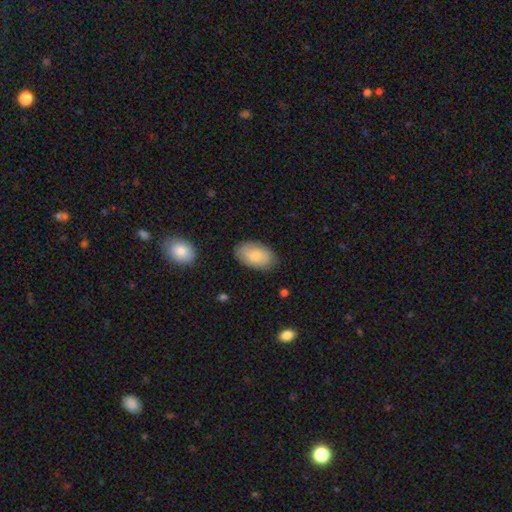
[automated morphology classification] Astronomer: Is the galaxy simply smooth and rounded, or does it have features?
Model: smooth — 80%.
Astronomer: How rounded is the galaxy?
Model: in between — 94%.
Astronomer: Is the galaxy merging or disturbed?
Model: none — 82%.